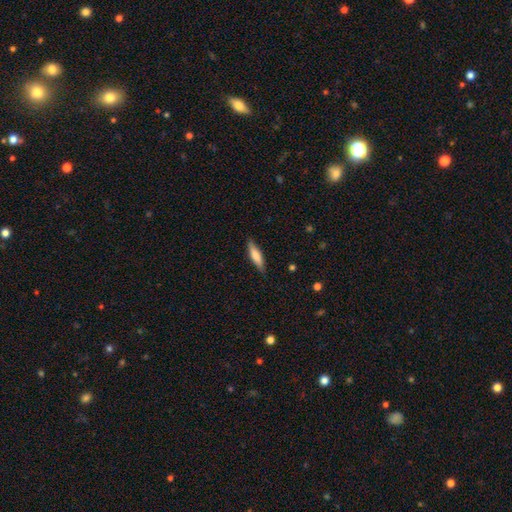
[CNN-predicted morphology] This appears to be a smooth galaxy with no disk features (69%) that is cigar-shaped (72%). Merging: none (84%).